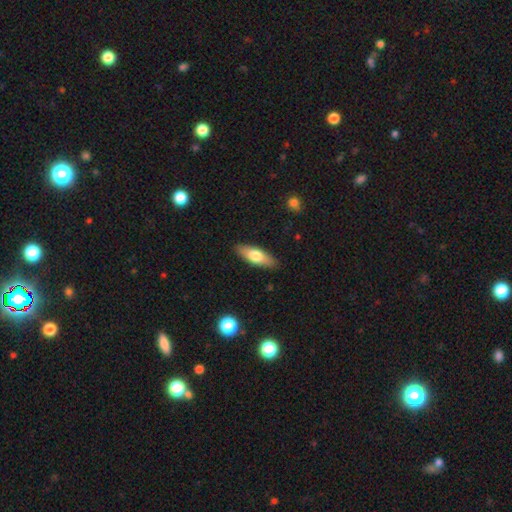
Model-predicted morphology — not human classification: Smooth or featured? Predicted: smooth (p=0.68). How rounded? Predicted: in between (p=0.63). Merging? Predicted: none (p=0.89).